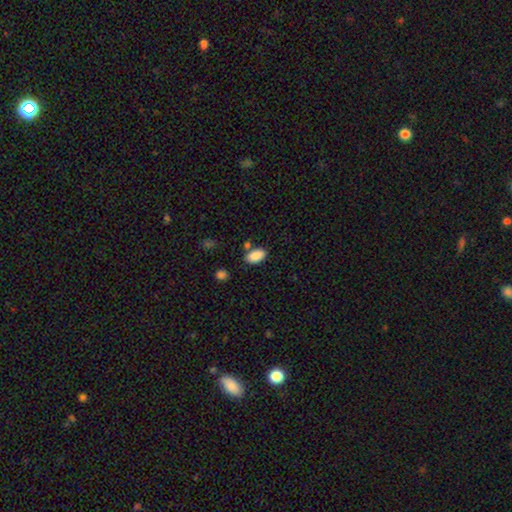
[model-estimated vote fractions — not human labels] Overall: smooth (88%). How rounded: in between (94%). Merging: none (78%).